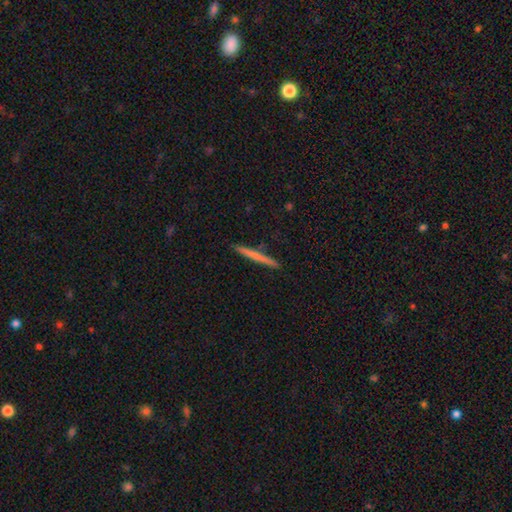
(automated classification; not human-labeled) This appears to be a smooth galaxy with no disk features (62%) that is cigar-shaped (97%). Merging: none (92%).